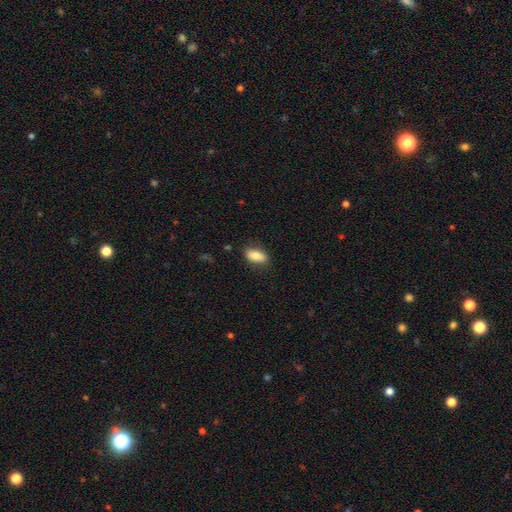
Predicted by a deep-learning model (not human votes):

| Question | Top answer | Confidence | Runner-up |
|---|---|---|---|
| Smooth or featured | smooth | 84% | featured or disk (9%) |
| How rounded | in between | 88% | cigar-shaped (8%) |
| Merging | none | 83% | minor disturbance (13%) |